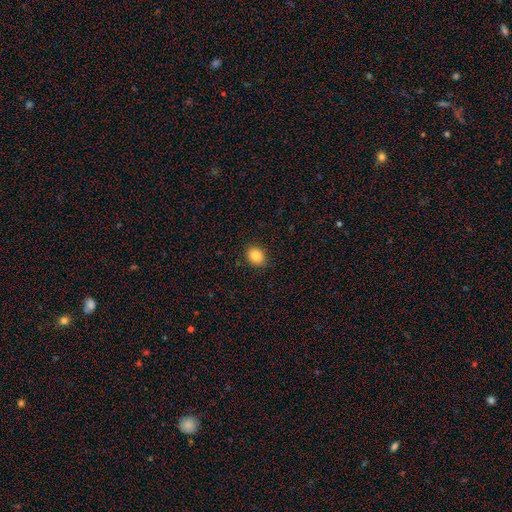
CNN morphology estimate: Smooth or featured?
  - smooth: 86% *
  - star or artifact: 9%
  - featured or disk: 5%
How rounded?
  - in between: 50% *
  - round: 49%
  - cigar-shaped: 1%
Merging?
  - none: 88% *
  - minor disturbance: 9%
  - major disturbance: 2%
  - merger: 1%